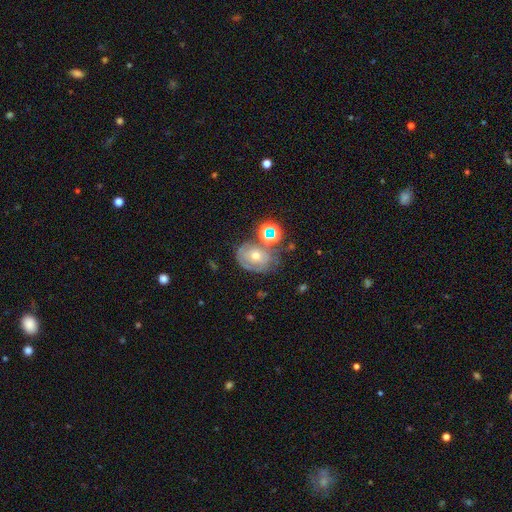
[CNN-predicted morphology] smooth_or_featured: featured or disk (p=0.59) [alt: smooth p=0.24]
disk_edge_on: no (p=0.96) [alt: yes p=0.04]
bar: no (p=0.79) [alt: weak p=0.16]
has_spiral_arms: yes (p=0.69) [alt: no p=0.31]
bulge_size: moderate (p=0.57) [alt: small p=0.38]
merging: none (p=0.57) [alt: minor disturbance p=0.19]